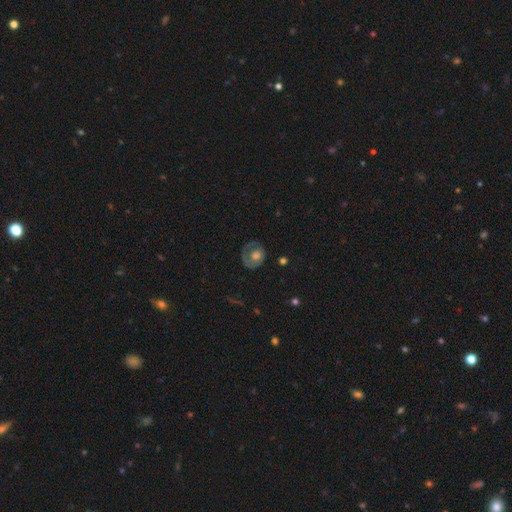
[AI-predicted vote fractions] Morphology: type=featured or disk (49%); merging=none (61%).